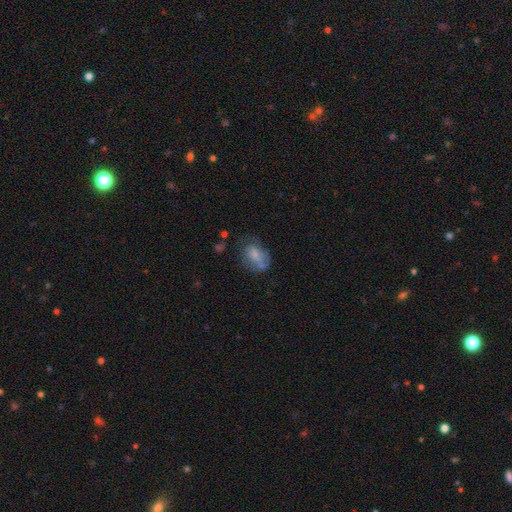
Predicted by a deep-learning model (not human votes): A smooth galaxy with no disk features (53%) that is in between round and cigar-shaped (77%). Merging: none (42%).